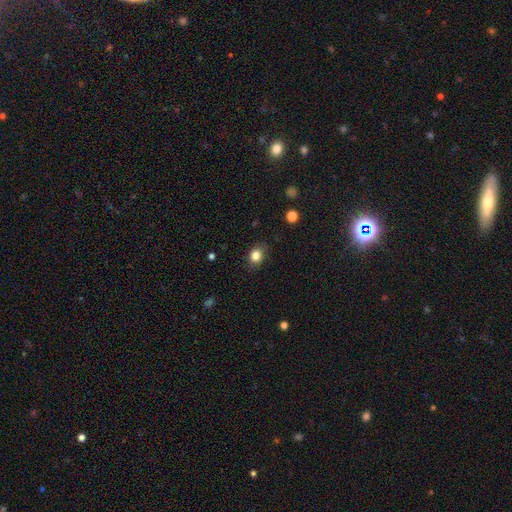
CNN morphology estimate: This appears to be a smooth galaxy with no disk features (84%) that is round (50%). Merging: none (80%).